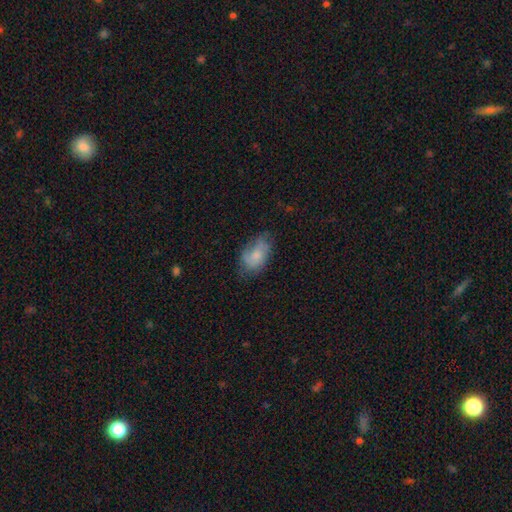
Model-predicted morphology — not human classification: Smooth or featured? smooth (62%)
How rounded? in between (90%)
Merging? none (56%)